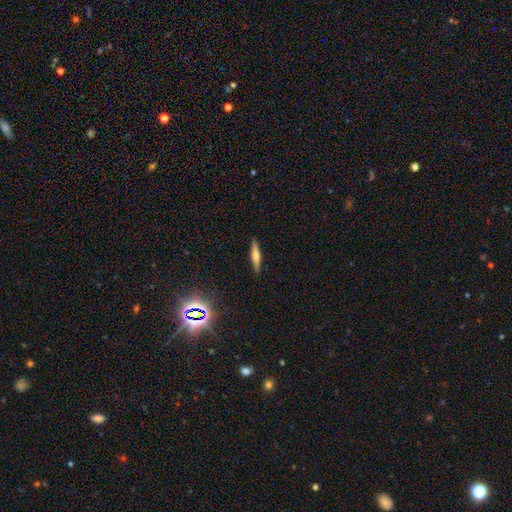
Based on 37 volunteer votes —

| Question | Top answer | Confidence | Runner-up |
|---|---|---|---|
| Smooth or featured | smooth | 59% | featured or disk (35%) |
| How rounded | cigar-shaped | 95% | in between (5%) |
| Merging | none | 94% | minor disturbance (3%) |